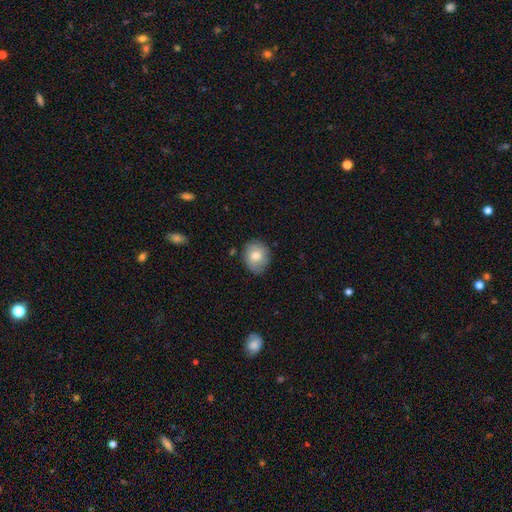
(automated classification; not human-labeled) smooth-or-featured: smooth: 73% | featured or disk: 19% | star or artifact: 8%
  how-rounded: round: 65% | in between: 34% | cigar-shaped: 1%
  merging: none: 78% | minor disturbance: 17% | major disturbance: 3% | merger: 2%